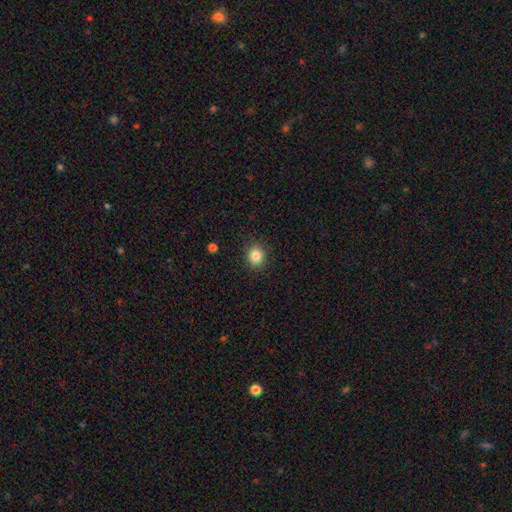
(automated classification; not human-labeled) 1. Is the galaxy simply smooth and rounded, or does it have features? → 84% smooth, 10% star or artifact, 5% featured or disk.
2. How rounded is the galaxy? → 73% round, 26% in between, 1% cigar-shaped.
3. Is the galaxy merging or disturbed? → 89% none, 8% minor disturbance, 2% major disturbance, 1% merger.